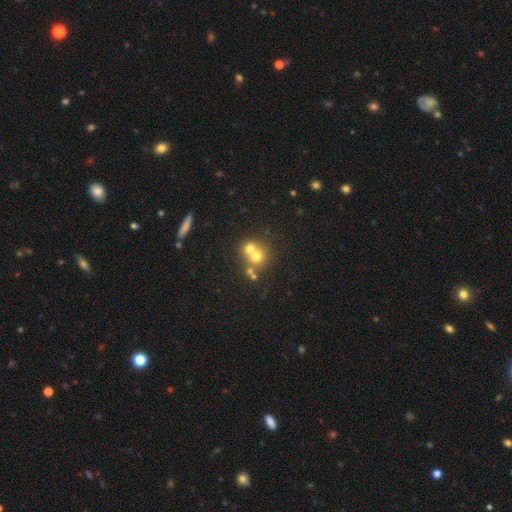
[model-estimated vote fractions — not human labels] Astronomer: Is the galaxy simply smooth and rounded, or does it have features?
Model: smooth — 63%.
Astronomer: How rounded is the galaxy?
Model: round — 84%.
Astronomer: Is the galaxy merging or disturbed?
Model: merger — 53% (runner-up: none, 38%).